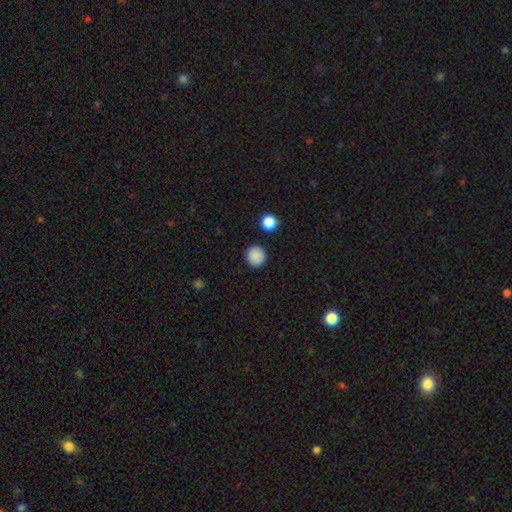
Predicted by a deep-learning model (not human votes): smooth 87%, star or artifact 10%, featured or disk 3%. Down the decision tree: how rounded — round (91%); merging — none (90%).